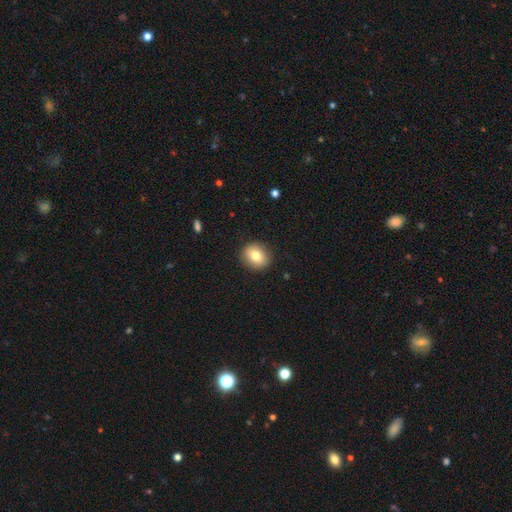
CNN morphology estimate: Smooth or featured? Predicted: smooth (p=0.77). How rounded? Predicted: round (p=0.77). Merging? Predicted: none (p=0.89).